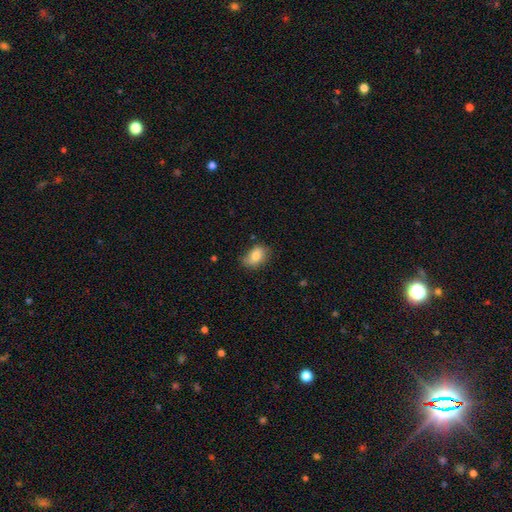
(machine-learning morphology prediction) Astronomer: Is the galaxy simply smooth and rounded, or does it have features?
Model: smooth — 82%.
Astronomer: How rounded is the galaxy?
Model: in between — 85%.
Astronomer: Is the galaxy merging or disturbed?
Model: none — 70%.